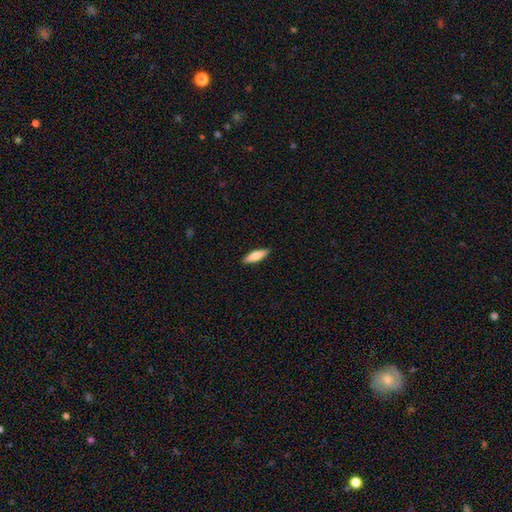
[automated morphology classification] smooth-or-featured: smooth: 73% | featured or disk: 21% | star or artifact: 5%
  how-rounded: cigar-shaped: 54% | in between: 44% | round: 2%
  merging: none: 90% | minor disturbance: 7% | major disturbance: 2% | merger: 1%